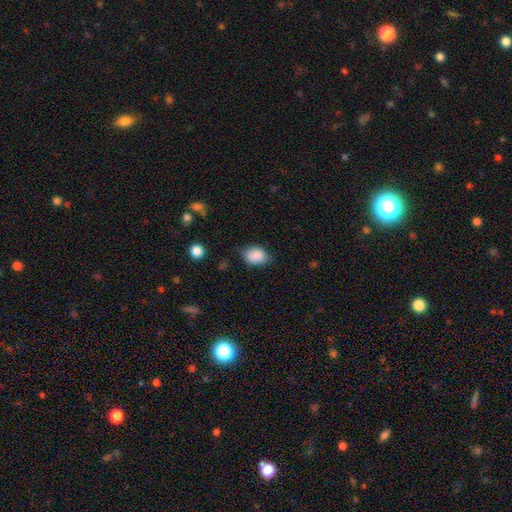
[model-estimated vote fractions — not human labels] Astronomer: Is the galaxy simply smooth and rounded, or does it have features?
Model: smooth — 88%.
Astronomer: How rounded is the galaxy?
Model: in between — 74%.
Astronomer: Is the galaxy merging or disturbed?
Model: none — 72%.